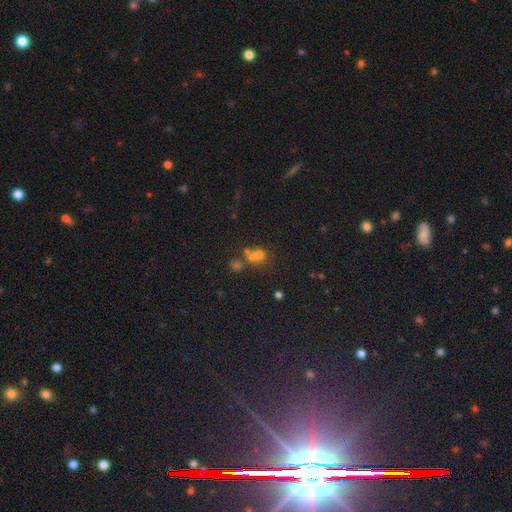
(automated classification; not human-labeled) The model was most divided on "merging": merger: 53%, none: 35%, minor disturbance: 8%, major disturbance: 5%. More confident: how rounded — round (76%); smooth or featured — smooth (58%).